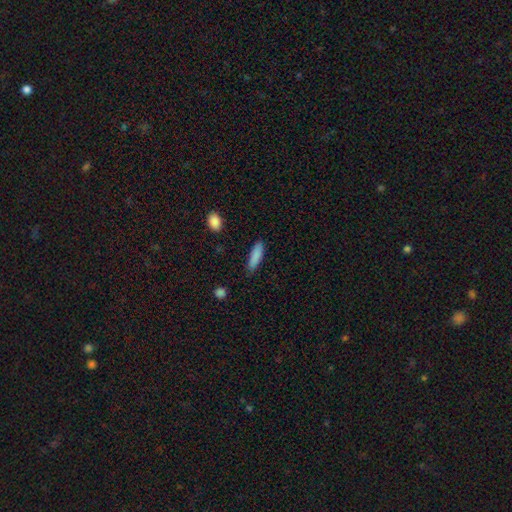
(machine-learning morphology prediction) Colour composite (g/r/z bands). It shows a smooth galaxy with no disk features (86%) that is cigar-shaped (60%). Merging: none (81%).